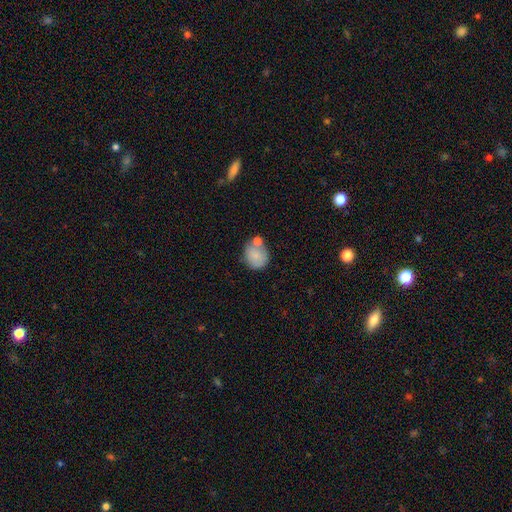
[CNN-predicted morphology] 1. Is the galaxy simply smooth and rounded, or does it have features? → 79% smooth, 14% featured or disk, 8% star or artifact.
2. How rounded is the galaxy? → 65% round, 34% in between, 1% cigar-shaped.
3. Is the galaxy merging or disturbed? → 48% none, 25% merger, 20% minor disturbance, 7% major disturbance.